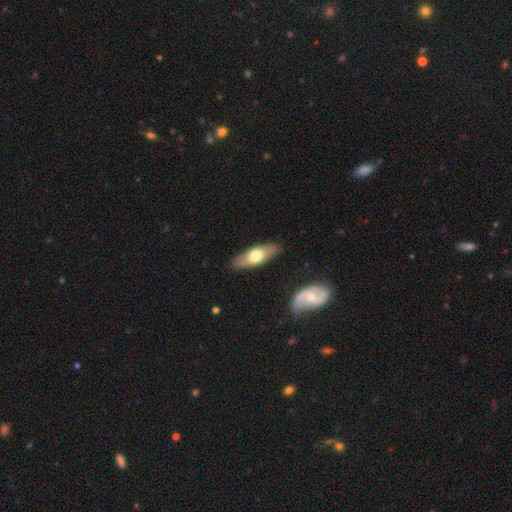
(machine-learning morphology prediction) This appears to be a smooth galaxy with no disk features (54%) that is in between round and cigar-shaped (60%). Merging: none (86%).